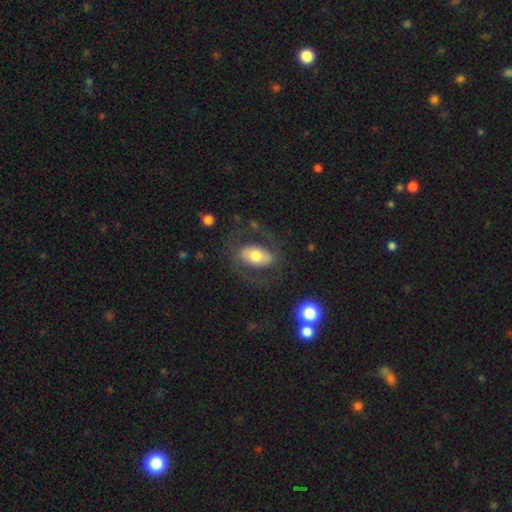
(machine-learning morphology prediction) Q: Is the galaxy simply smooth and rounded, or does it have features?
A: smooth — 47%.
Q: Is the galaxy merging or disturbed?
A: none — 65%.